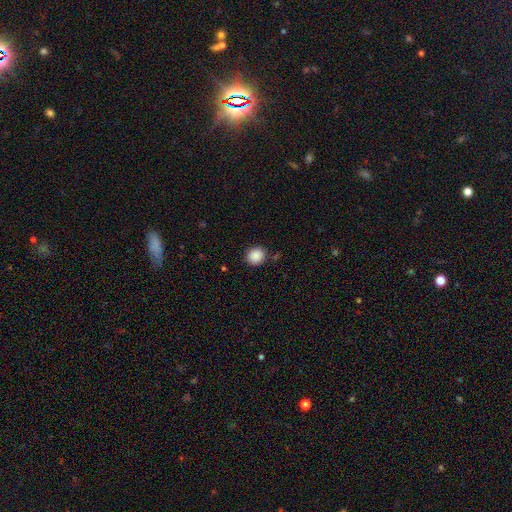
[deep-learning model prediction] A smooth galaxy with no disk features (88%) that is round (84%).

Vote fractions:
- Smooth or featured? smooth: 88% / star or artifact: 9% / featured or disk: 3%
- How rounded? round: 84% / in between: 15% / cigar-shaped: 1%
- Merging? none: 87% / minor disturbance: 8% / major disturbance: 2% / merger: 2%